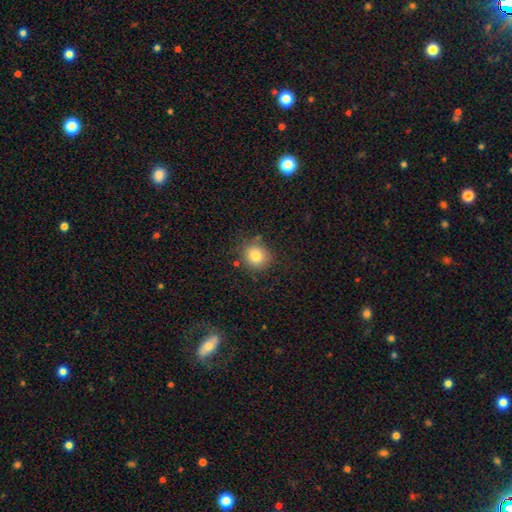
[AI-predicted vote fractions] Overall: smooth (80%). How rounded: round (83%). Merging: none (82%).